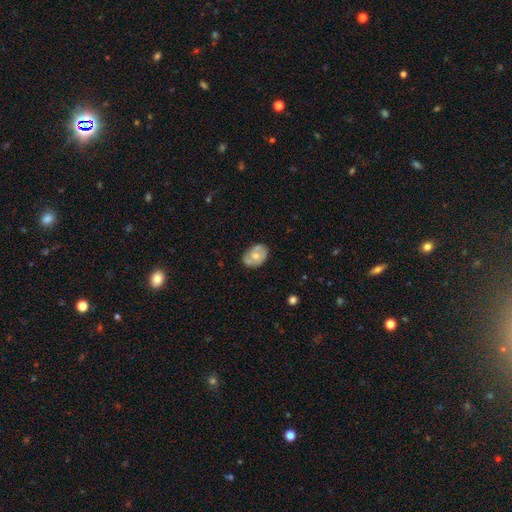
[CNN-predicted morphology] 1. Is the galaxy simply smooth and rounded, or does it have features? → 50% smooth, 43% featured or disk, 7% star or artifact.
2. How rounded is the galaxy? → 74% in between, 25% round, 1% cigar-shaped.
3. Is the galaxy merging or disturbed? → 63% none, 26% minor disturbance, 6% major disturbance, 5% merger.